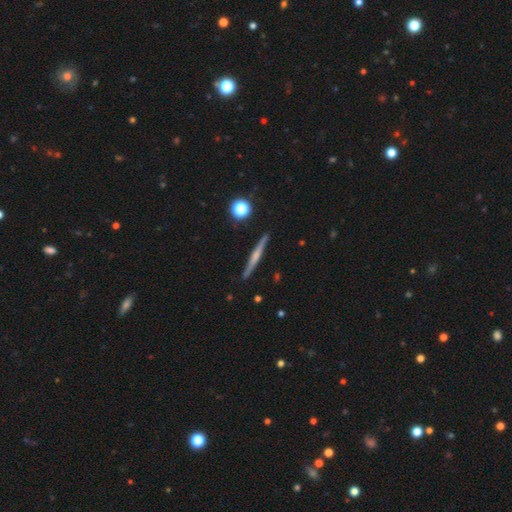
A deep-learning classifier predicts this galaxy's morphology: smooth_or_featured: featured or disk (p=0.62) [alt: smooth p=0.31]
disk_edge_on: yes (p=0.98) [alt: no p=0.02]
edge_on_bulge: rounded (p=0.53) [alt: none p=0.36]
merging: none (p=0.91) [alt: minor disturbance p=0.07]